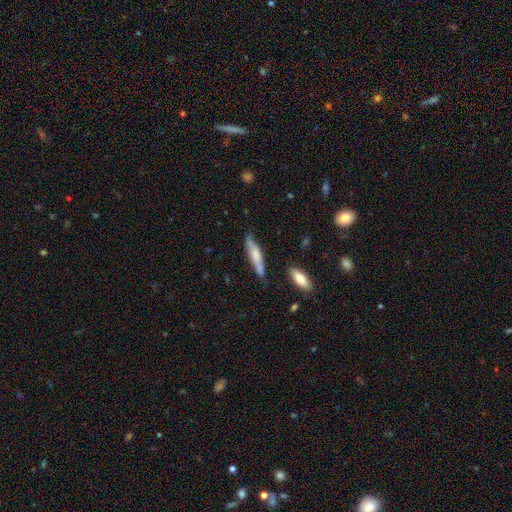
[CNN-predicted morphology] Smooth or featured: smooth — 62% (featured or disk — 31%)
How rounded: cigar-shaped — 74% (in between — 25%)
Merging: none — 63% (minor disturbance — 24%)